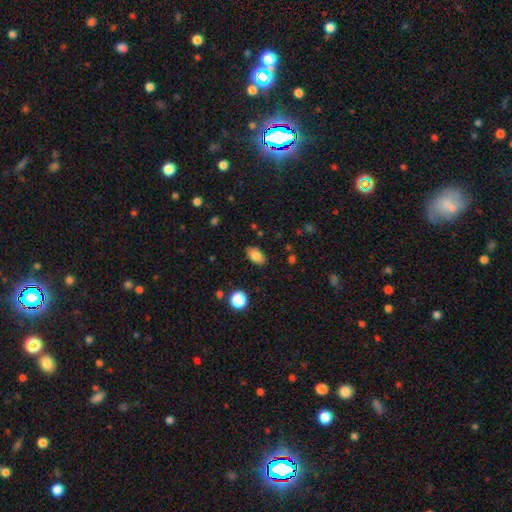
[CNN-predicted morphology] Smooth or featured?
  - smooth: 83% *
  - star or artifact: 9%
  - featured or disk: 8%
How rounded?
  - in between: 89% *
  - round: 9%
  - cigar-shaped: 2%
Merging?
  - none: 85% *
  - minor disturbance: 11%
  - major disturbance: 3%
  - merger: 1%